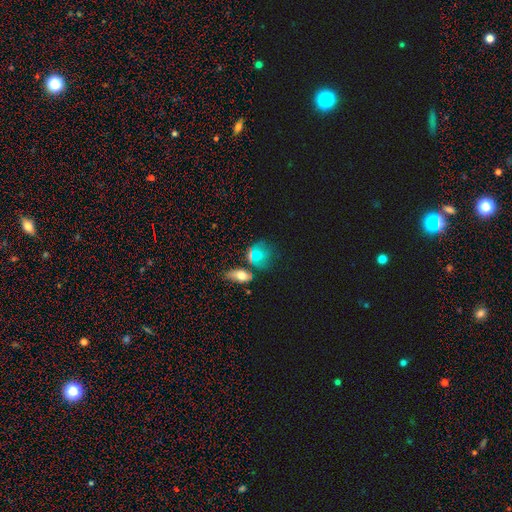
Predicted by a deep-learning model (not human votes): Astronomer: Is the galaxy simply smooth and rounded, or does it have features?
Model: smooth — 60%.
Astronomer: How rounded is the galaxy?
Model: round — 59% (runner-up: in between, 38%).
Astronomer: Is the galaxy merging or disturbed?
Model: none — 46% (runner-up: merger, 26%).